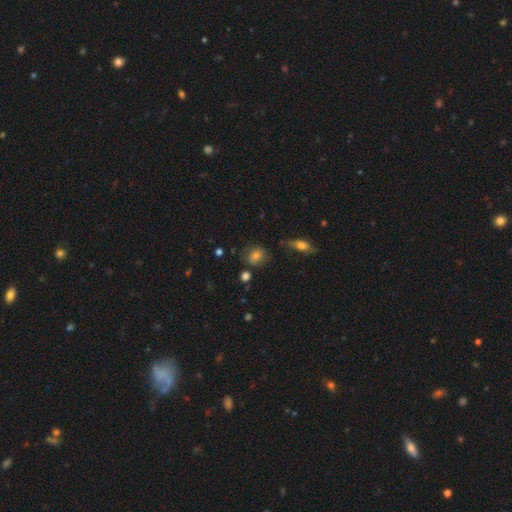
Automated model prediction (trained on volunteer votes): smooth_or_featured: smooth (p=0.76) [alt: star or artifact p=0.13]
how_rounded: round (p=0.73) [alt: in between p=0.26]
merging: none (p=0.78) [alt: minor disturbance p=0.14]